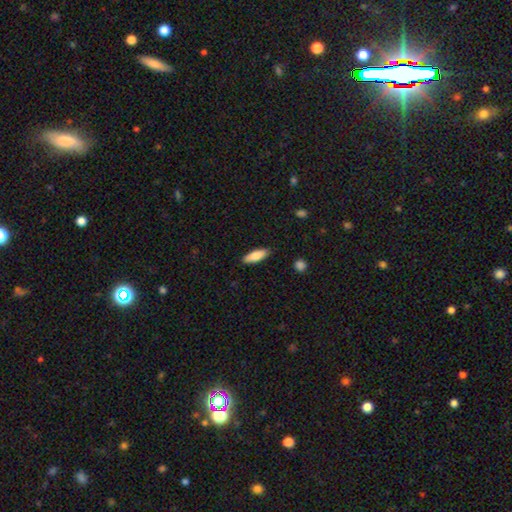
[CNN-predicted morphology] This appears to be a smooth galaxy with no disk features (82%) that is in between round and cigar-shaped (58%). Merging: none (86%).